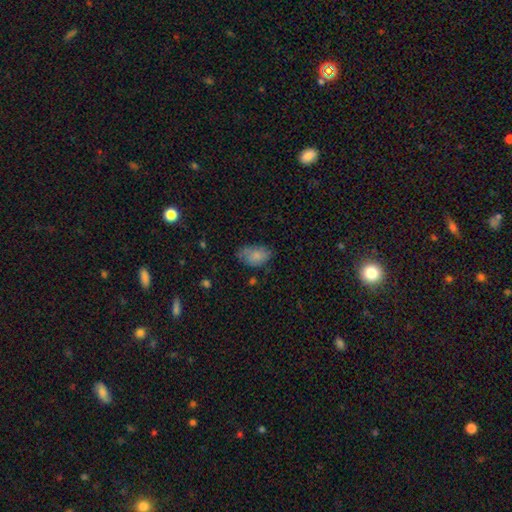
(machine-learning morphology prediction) smooth-or-featured: smooth: 82% | featured or disk: 9% | star or artifact: 9%
  how-rounded: in between: 89% | round: 10% | cigar-shaped: 1%
  merging: none: 61% | minor disturbance: 29% | major disturbance: 8% | merger: 3%